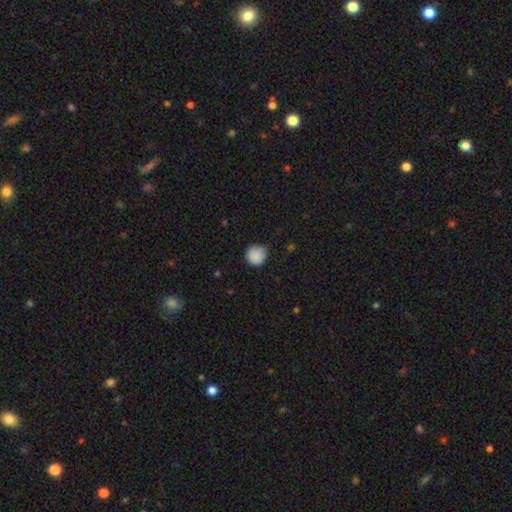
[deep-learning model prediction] Overall: smooth (88%). How rounded: round (92%). Merging: none (80%).